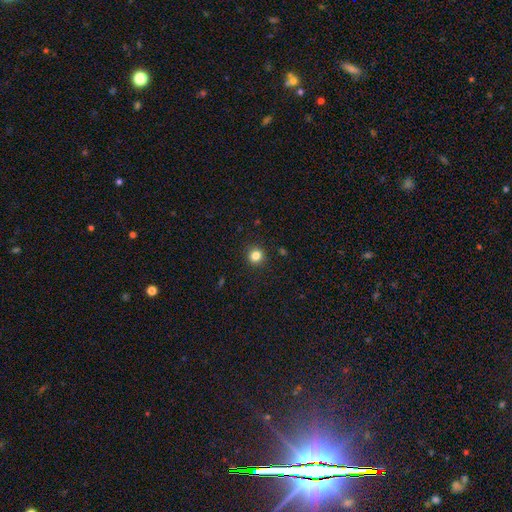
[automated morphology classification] Smooth or featured? smooth (83%)
How rounded? round (90%)
Merging? none (91%)